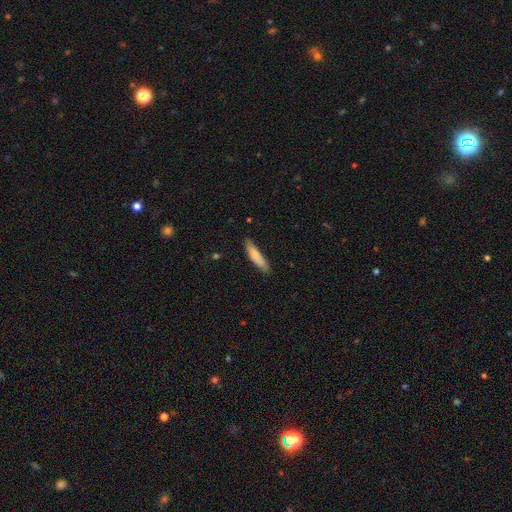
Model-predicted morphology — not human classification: smooth_or_featured: smooth (p=0.80) [alt: featured or disk p=0.15]
how_rounded: cigar-shaped (p=0.77) [alt: in between p=0.22]
merging: none (p=0.82) [alt: minor disturbance p=0.15]